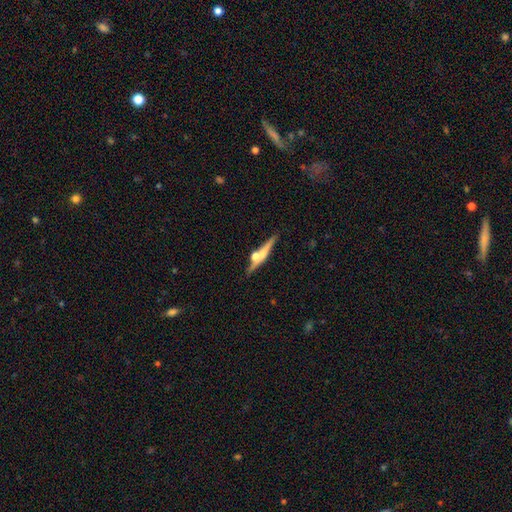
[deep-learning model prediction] Smooth or featured? featured or disk (54%)
Edge-on disk? yes (92%)
Edge-on bulge? rounded (75%)
Merging? none (61%)